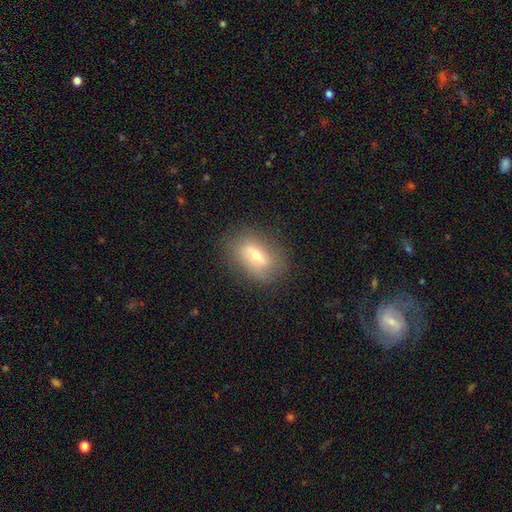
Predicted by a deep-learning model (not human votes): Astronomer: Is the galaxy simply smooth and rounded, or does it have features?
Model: smooth — 46% (runner-up: featured or disk, 44%).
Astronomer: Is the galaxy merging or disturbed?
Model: none — 79%.